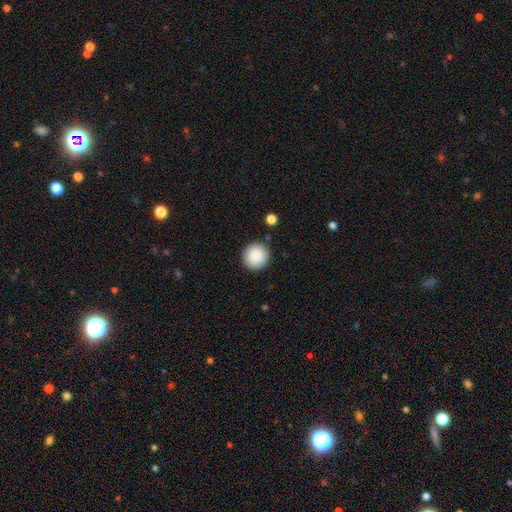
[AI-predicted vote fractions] Smooth or featured? smooth (89%)
How rounded? round (94%)
Merging? none (90%)